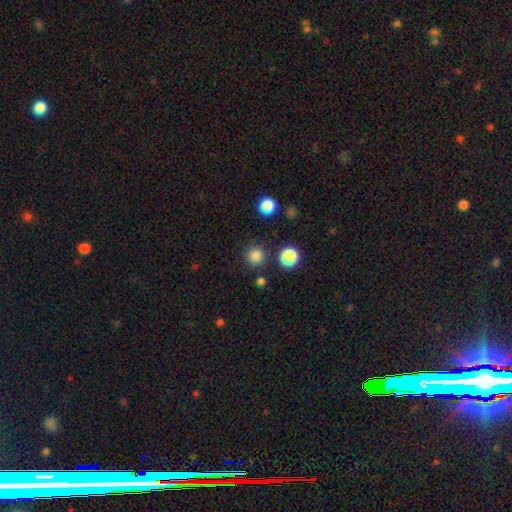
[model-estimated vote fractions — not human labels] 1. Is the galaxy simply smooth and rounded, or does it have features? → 82% smooth, 15% star or artifact, 4% featured or disk.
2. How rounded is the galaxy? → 95% round, 4% in between, 1% cigar-shaped.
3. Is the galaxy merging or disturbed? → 87% none, 7% minor disturbance, 3% merger, 3% major disturbance.